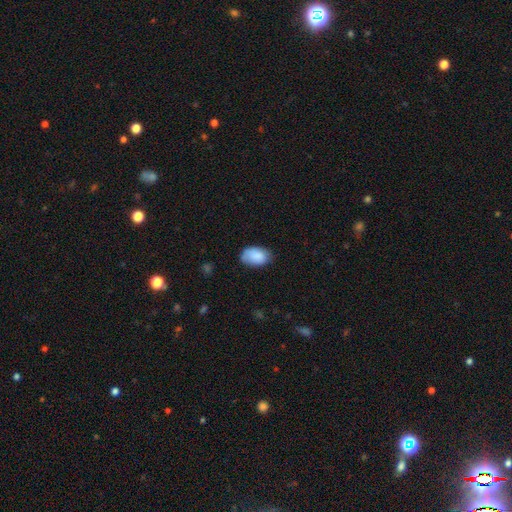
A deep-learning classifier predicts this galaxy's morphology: smooth 86%, star or artifact 7%, featured or disk 7%. Down the decision tree: how rounded — in between (91%); merging — none (69%).